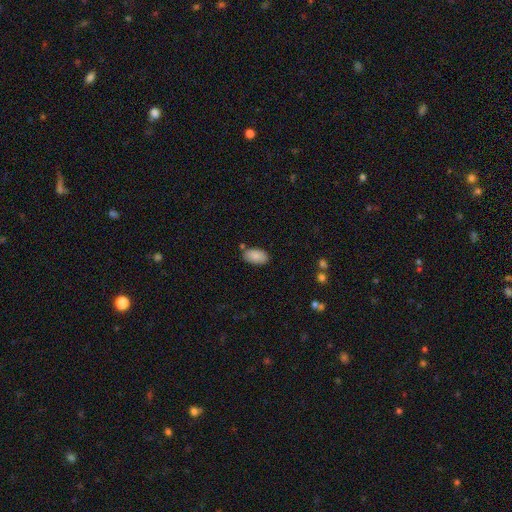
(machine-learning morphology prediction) smooth 88%, star or artifact 7%, featured or disk 5%. Down the decision tree: how rounded — in between (95%); merging — none (77%).